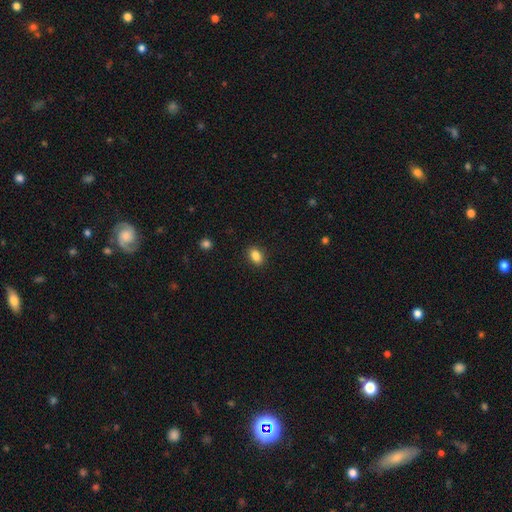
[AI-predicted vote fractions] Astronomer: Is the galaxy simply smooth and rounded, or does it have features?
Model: smooth — 85%.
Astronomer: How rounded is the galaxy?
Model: in between — 81%.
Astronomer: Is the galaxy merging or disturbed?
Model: none — 89%.